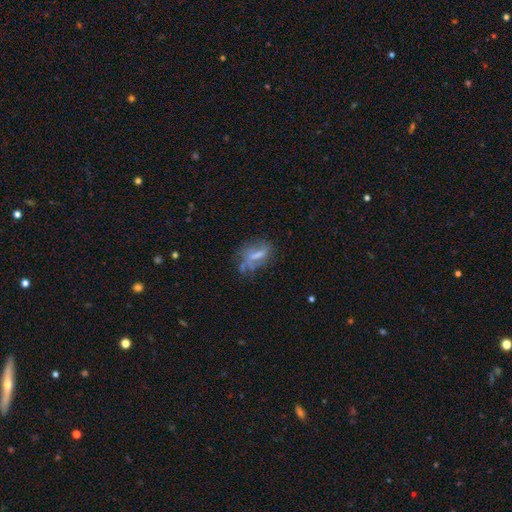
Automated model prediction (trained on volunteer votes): smooth-or-featured: featured or disk: 52% | smooth: 34% | star or artifact: 14%
  disk-edge-on: no: 88% | yes: 12%
  merging: none: 42% | major disturbance: 26% | minor disturbance: 25% | merger: 7%